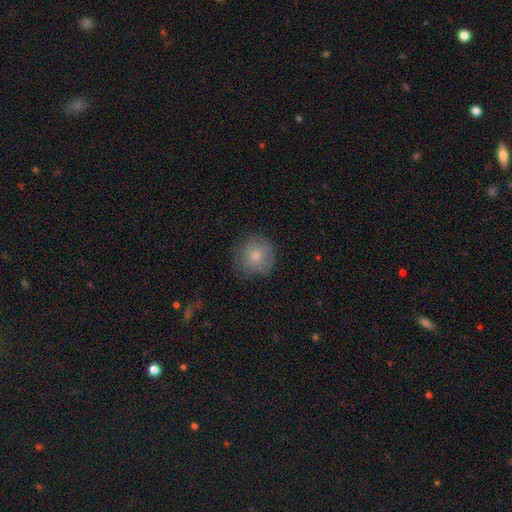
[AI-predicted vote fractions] Q: Smooth or featured?
A: smooth (77%); runner-up: featured or disk (15%)
Q: How rounded?
A: round (91%); runner-up: in between (8%)
Q: Merging?
A: none (72%); runner-up: minor disturbance (21%)